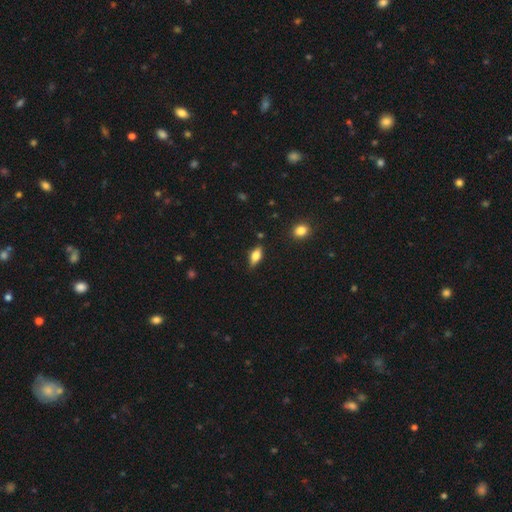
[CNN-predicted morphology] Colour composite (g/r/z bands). It shows a smooth galaxy with no disk features (68%) that is in between round and cigar-shaped (81%). Merging: none (78%).